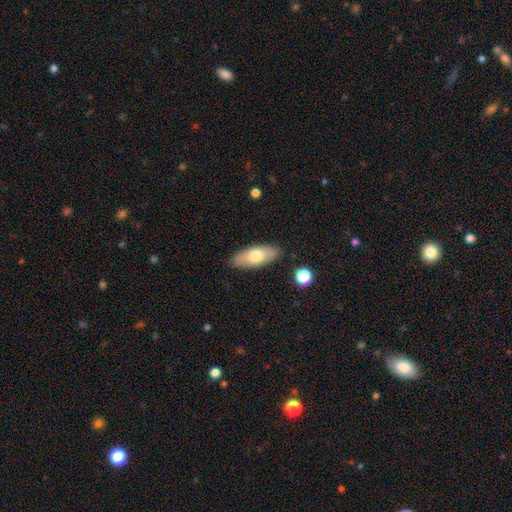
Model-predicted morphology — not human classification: type=smooth (68%); roundness=in between (79%); merging=none (87%).